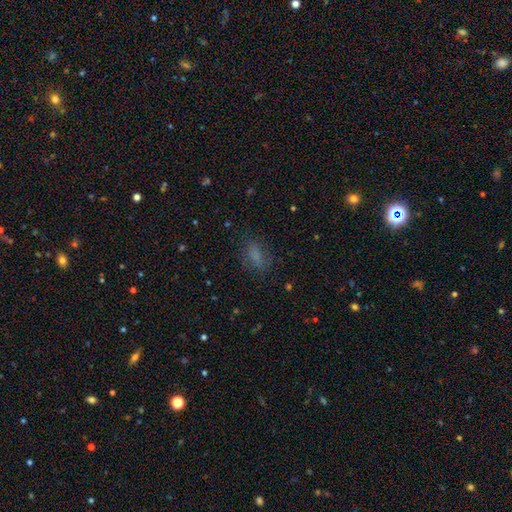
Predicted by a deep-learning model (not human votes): smooth 69%, star or artifact 18%, featured or disk 13%. Down the decision tree: how rounded — in between (82%); merging — none (74%).